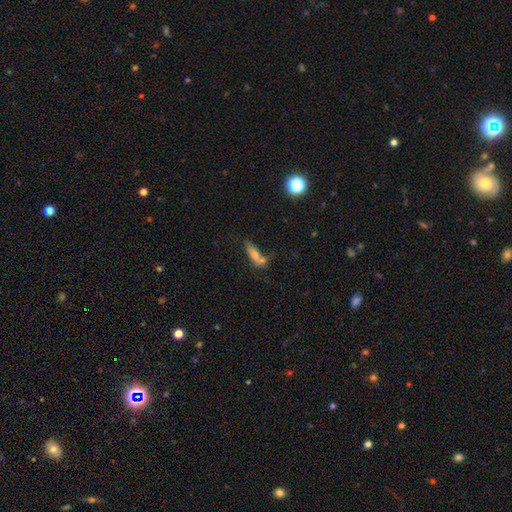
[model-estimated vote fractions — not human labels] Q: Smooth or featured?
A: smooth (64%); runner-up: featured or disk (25%)
Q: How rounded?
A: cigar-shaped (50%); runner-up: in between (46%)
Q: Merging?
A: merger (37%); runner-up: none (33%)